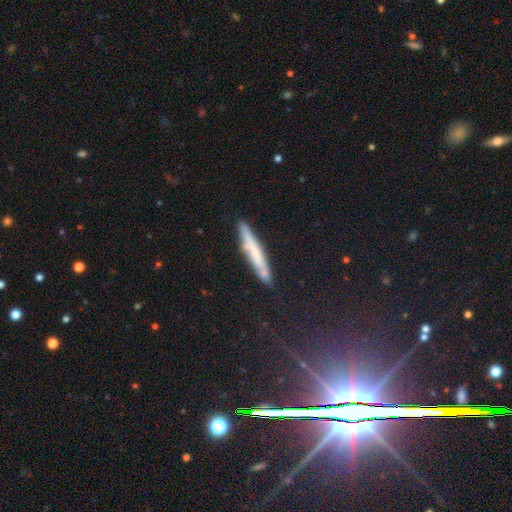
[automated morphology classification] Q: Smooth or featured?
A: smooth (47%); runner-up: featured or disk (43%)
Q: Merging?
A: none (84%); runner-up: minor disturbance (11%)